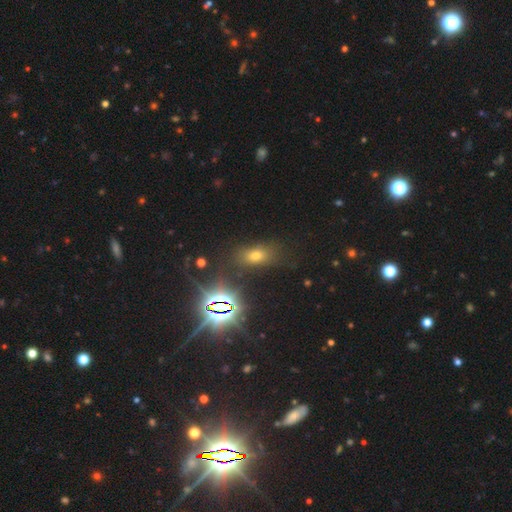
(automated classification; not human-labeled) smooth-or-featured: smooth: 44% | star or artifact: 43% | featured or disk: 13%
  merging: none: 79% | minor disturbance: 12% | major disturbance: 6% | merger: 3%